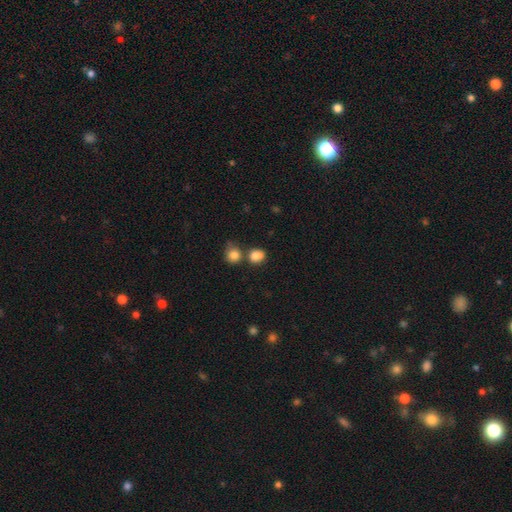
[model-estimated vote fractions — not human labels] A smooth galaxy with no disk features (84%) that is round (67%).

Vote fractions:
- Smooth or featured? smooth: 84% / star or artifact: 10% / featured or disk: 6%
- How rounded? round: 67% / in between: 32% / cigar-shaped: 1%
- Merging? none: 54% / merger: 29% / minor disturbance: 13% / major disturbance: 4%